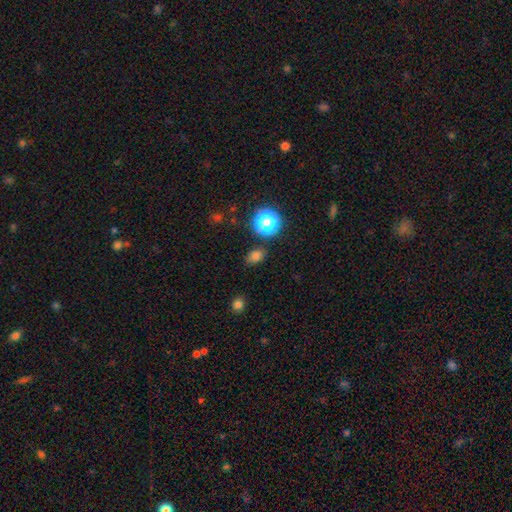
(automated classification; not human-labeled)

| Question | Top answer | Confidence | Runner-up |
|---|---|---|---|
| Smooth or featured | smooth | 73% | star or artifact (22%) |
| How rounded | in between | 67% | round (32%) |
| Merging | none | 80% | minor disturbance (13%) |